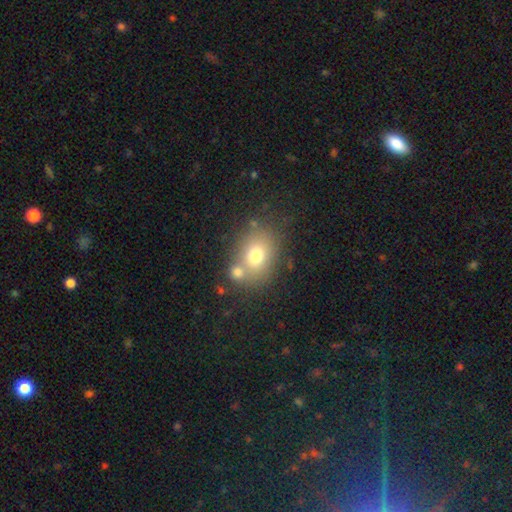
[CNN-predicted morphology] type=smooth (72%); roundness=in between (57%); merging=none (58%).